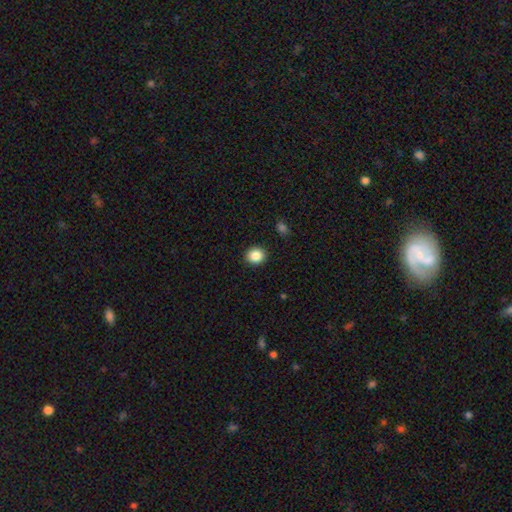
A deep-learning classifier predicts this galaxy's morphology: Smooth or featured: smooth — 87% (star or artifact — 9%)
How rounded: round — 83% (in between — 16%)
Merging: none — 92% (minor disturbance — 5%)